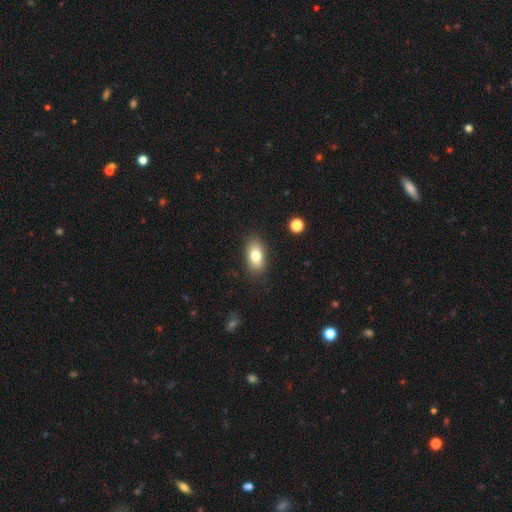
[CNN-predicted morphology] A smooth galaxy with no disk features (79%) that is in between round and cigar-shaped (89%). Merging: none (85%).